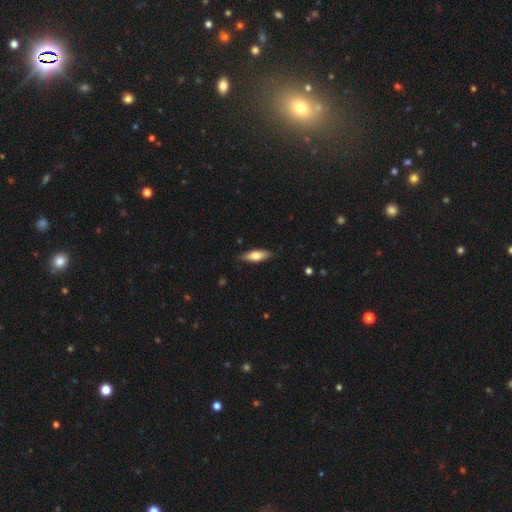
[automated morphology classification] smooth_or_featured: smooth (p=0.72) [alt: featured or disk p=0.22]
how_rounded: in between (p=0.57) [alt: cigar-shaped p=0.41]
merging: none (p=0.84) [alt: minor disturbance p=0.13]